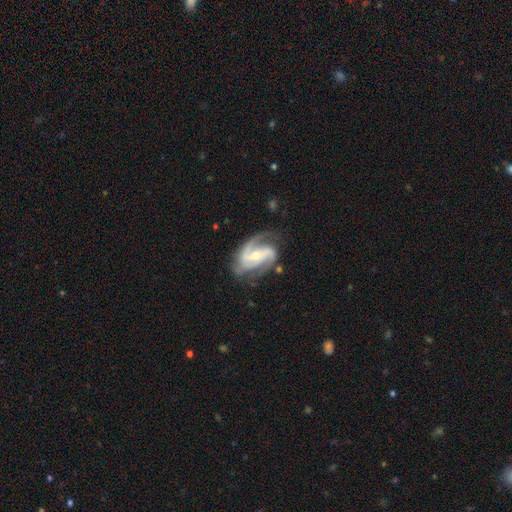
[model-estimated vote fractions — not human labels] Smooth or featured? featured or disk (92%)
Edge-on disk? no (98%)
Bar? weak (37%)
Spiral arms? yes (98%)
Spiral winding? medium (54%)
Spiral arm count? 2 (49%)
Bulge size? small (54%)
Merging? none (68%)